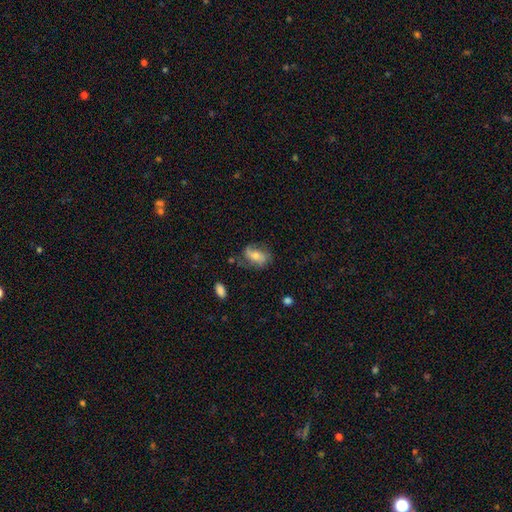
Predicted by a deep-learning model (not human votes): Morphology: type=smooth (48%); merging=none (61%).